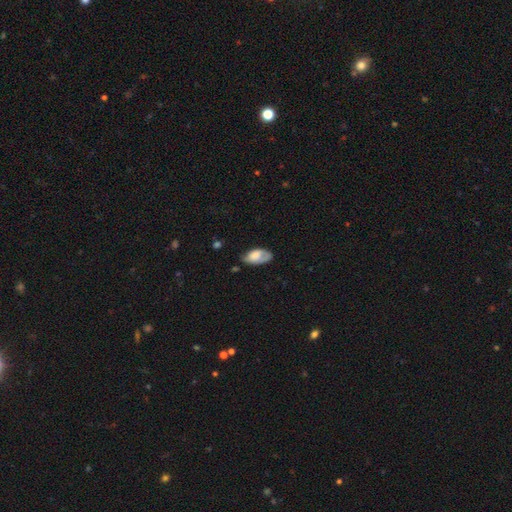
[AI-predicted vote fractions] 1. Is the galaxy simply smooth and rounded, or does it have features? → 66% smooth, 27% featured or disk, 7% star or artifact.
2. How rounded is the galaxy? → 93% in between, 3% cigar-shaped, 3% round.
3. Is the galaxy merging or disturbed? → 48% none, 35% minor disturbance, 13% major disturbance, 3% merger.